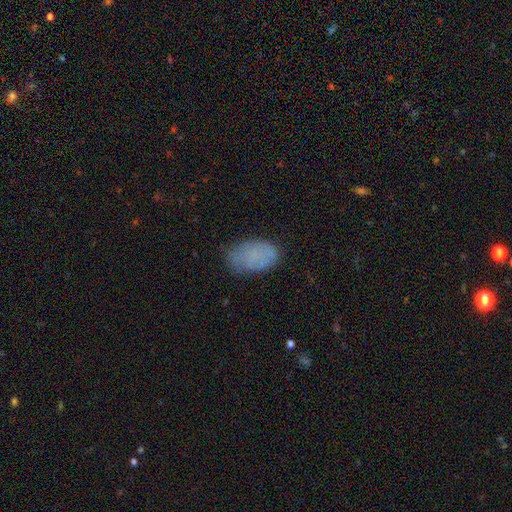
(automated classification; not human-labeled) Morphology: type=smooth (75%); roundness=in between (91%); merging=none (72%).